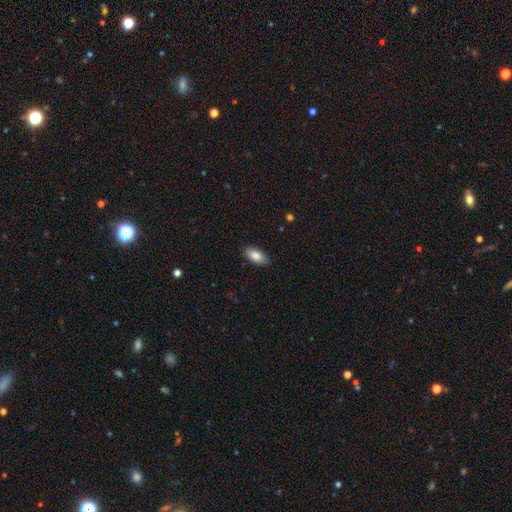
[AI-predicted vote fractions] Morphology: type=smooth (85%); roundness=in between (91%); merging=none (86%).